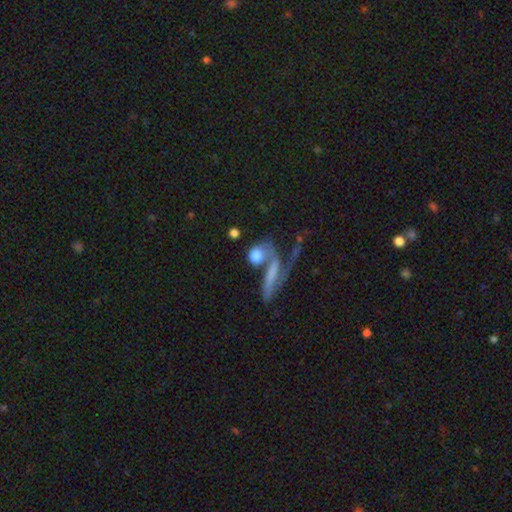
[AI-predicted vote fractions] Smooth or featured: smooth — 69% (featured or disk — 22%)
How rounded: round — 69% (in between — 24%)
Merging: merger — 37% (none — 34%)